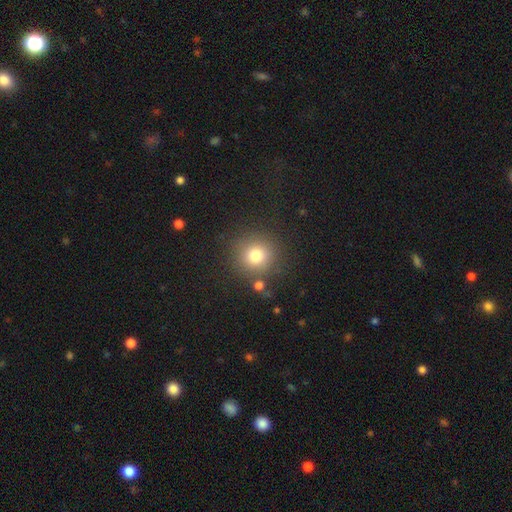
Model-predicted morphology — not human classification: type=smooth (78%); roundness=round (93%); merging=none (83%).